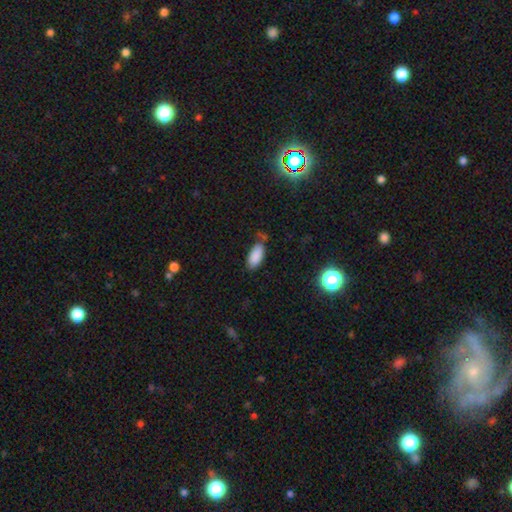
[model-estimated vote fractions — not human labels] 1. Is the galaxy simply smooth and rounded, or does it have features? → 87% smooth, 9% star or artifact, 5% featured or disk.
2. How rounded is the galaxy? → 89% in between, 9% cigar-shaped, 2% round.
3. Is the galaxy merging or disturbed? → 67% none, 21% minor disturbance, 7% merger, 5% major disturbance.